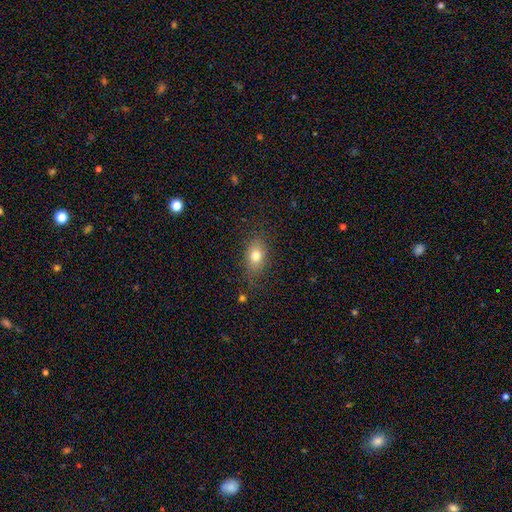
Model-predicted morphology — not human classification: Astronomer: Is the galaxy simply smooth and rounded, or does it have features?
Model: smooth — 78%.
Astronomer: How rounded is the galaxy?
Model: in between — 78%.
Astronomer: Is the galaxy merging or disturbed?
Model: none — 81%.